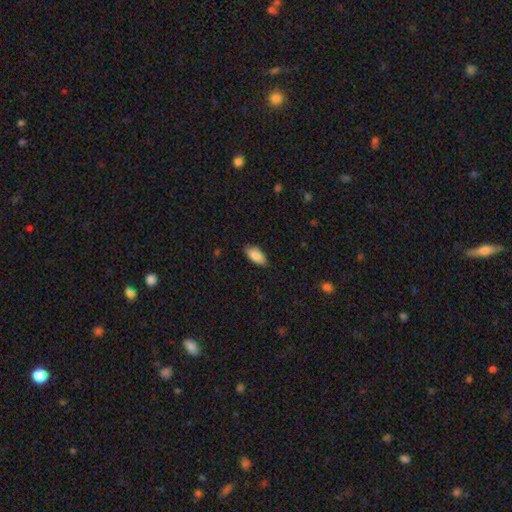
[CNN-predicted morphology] type=smooth (88%); roundness=in between (90%); merging=none (86%).